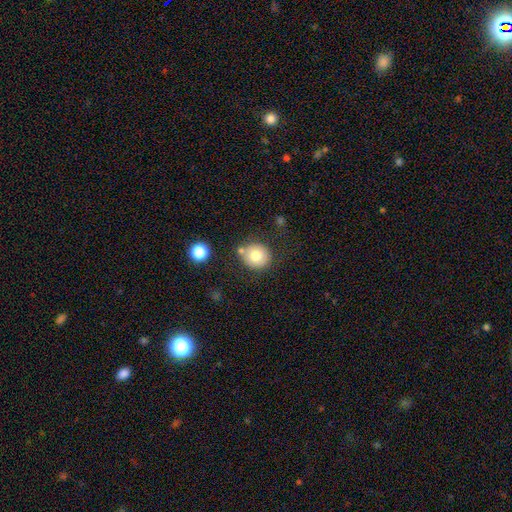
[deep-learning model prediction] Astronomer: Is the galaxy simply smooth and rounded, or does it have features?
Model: smooth — 77%.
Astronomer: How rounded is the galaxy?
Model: round — 89%.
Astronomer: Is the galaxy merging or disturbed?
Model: none — 74%.